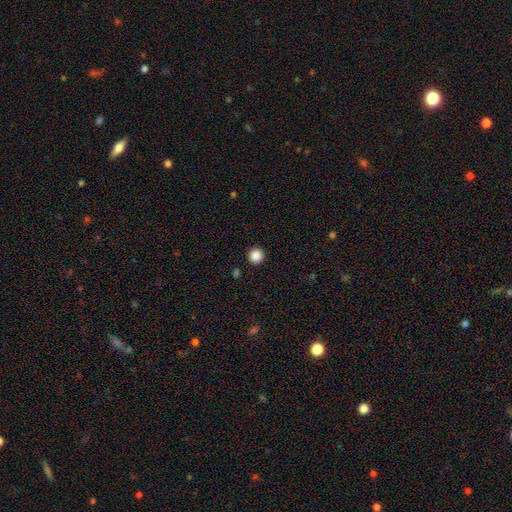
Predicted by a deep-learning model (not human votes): Q: Smooth or featured?
A: smooth (87%); runner-up: star or artifact (10%)
Q: How rounded?
A: round (96%); runner-up: in between (3%)
Q: Merging?
A: none (93%); runner-up: minor disturbance (4%)